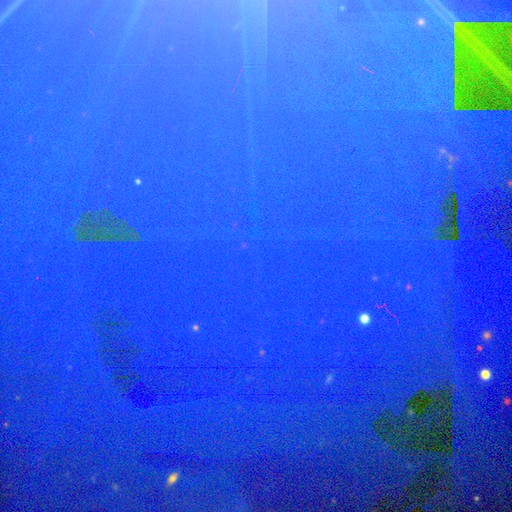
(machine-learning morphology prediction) Smooth or featured? star or artifact (80%)